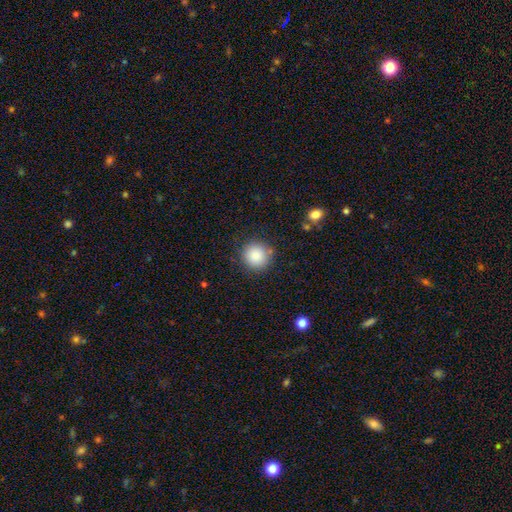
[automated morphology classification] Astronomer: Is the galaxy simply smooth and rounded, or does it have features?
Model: smooth — 87%.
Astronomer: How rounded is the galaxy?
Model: round — 94%.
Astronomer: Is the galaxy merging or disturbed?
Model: none — 87%.